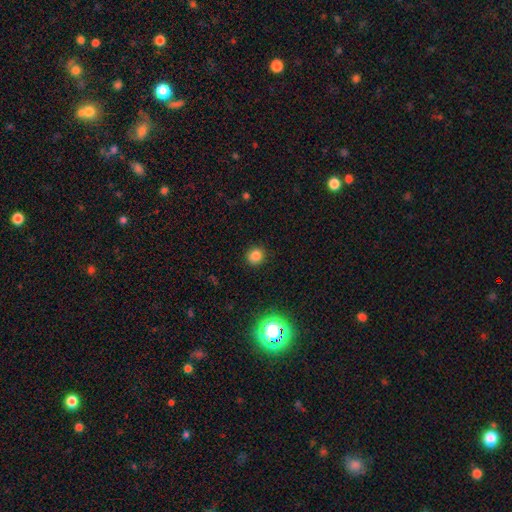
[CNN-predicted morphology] smooth-or-featured: smooth: 81% | star or artifact: 15% | featured or disk: 4%
  how-rounded: round: 85% | in between: 14% | cigar-shaped: 1%
  merging: none: 89% | minor disturbance: 7% | major disturbance: 2% | merger: 1%